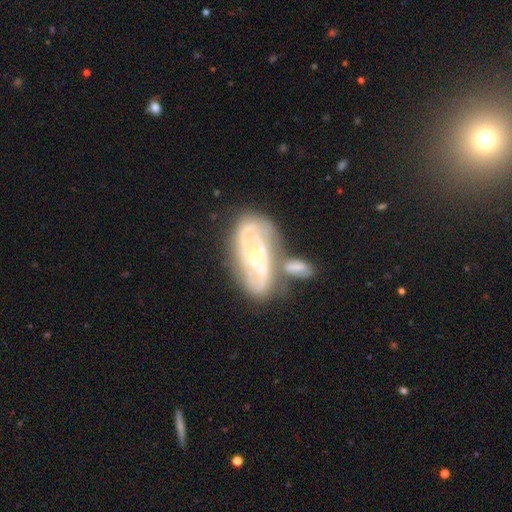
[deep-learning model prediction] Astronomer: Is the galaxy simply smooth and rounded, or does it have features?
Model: featured or disk — 82%.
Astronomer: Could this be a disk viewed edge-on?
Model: no — 93%.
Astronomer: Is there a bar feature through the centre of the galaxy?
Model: weak — 41%, tied with no at 41%.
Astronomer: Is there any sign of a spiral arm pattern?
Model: yes — 90%.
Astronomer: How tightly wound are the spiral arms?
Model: tight — 51% (runner-up: medium, 37%).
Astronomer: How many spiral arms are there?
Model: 2 — 53%.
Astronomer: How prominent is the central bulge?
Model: small — 63%.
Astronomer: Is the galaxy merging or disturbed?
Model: none — 43% (runner-up: merger, 31%).